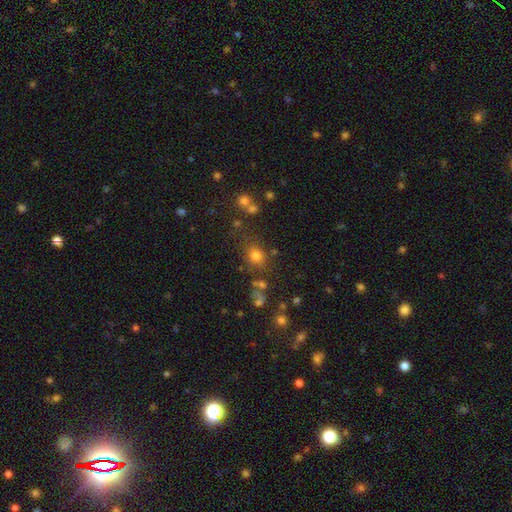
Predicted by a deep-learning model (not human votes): A smooth galaxy with no disk features (73%) that is round (74%). Merging: none (70%).